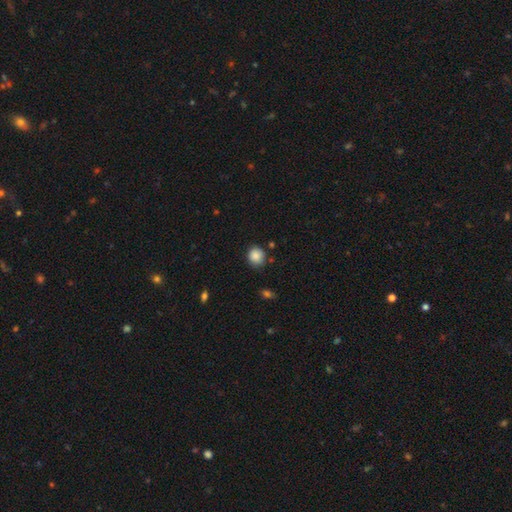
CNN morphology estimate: A smooth galaxy with no disk features (87%) that is round (83%).

Vote fractions:
- Smooth or featured? smooth: 87% / star or artifact: 9% / featured or disk: 4%
- How rounded? round: 83% / in between: 16% / cigar-shaped: 1%
- Merging? none: 80% / minor disturbance: 14% / merger: 3% / major disturbance: 3%